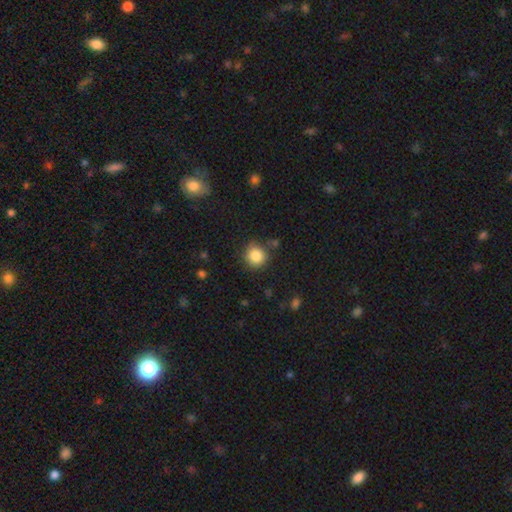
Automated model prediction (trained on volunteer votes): Overall: smooth (85%). How rounded: round (90%). Merging: none (82%).